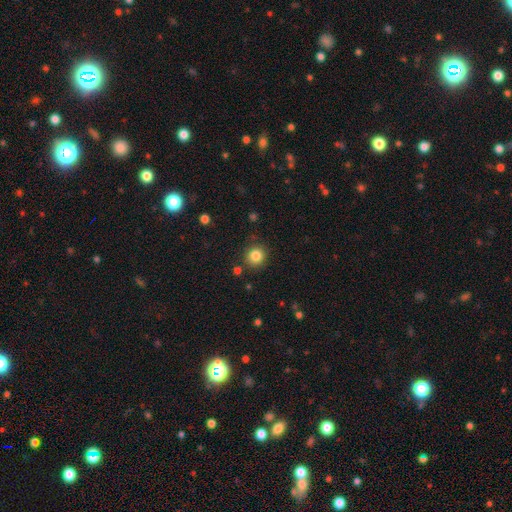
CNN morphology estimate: This is clearly a smooth galaxy (84%). How rounded: clearly round (92%). Merging: clearly none (86%).